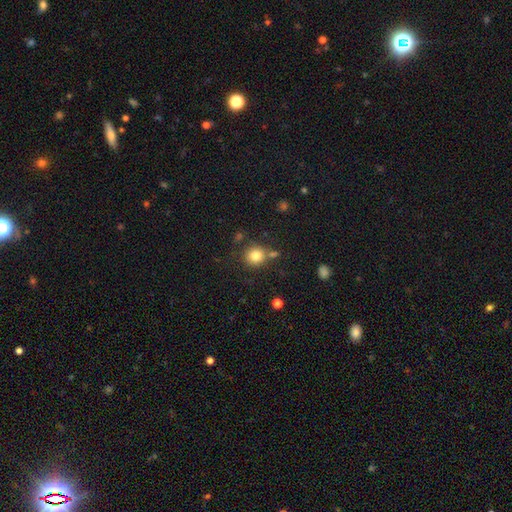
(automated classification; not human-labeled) This appears to be a smooth galaxy with no disk features (81%) that is round (89%). Merging: none (72%).